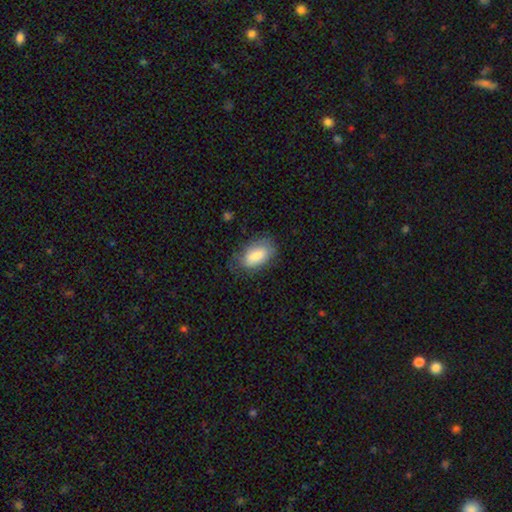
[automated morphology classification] The model was most divided on "merging": none: 70%, minor disturbance: 22%, major disturbance: 7%, merger: 1%. More confident: how rounded — in between (93%); smooth or featured — smooth (80%).